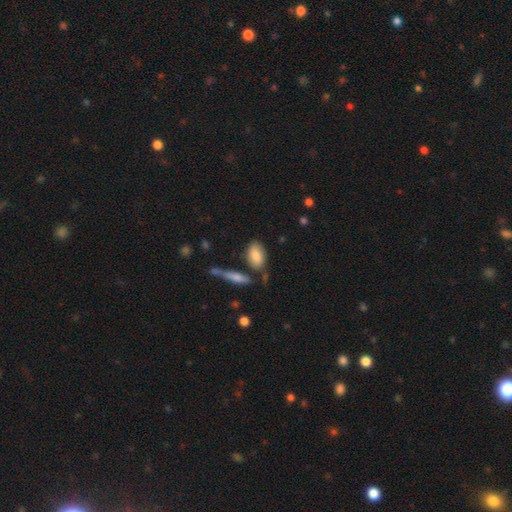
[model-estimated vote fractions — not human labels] Smooth or featured? Predicted: smooth (p=0.80). How rounded? Predicted: in between (p=0.89). Merging? Predicted: none (p=0.67).